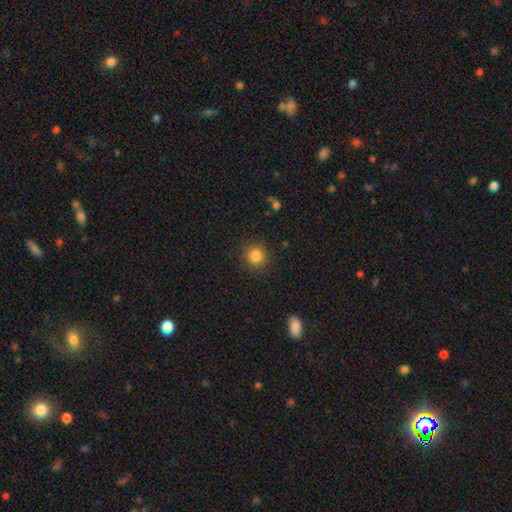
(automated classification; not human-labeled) Smooth or featured? smooth (85%)
How rounded? round (90%)
Merging? none (89%)